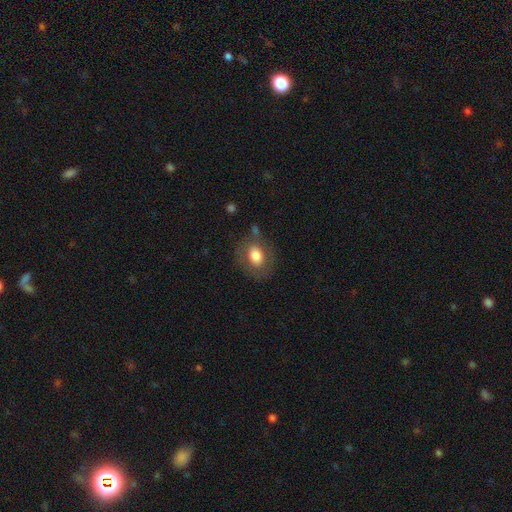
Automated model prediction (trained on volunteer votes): Q: Smooth or featured?
A: smooth (71%); runner-up: featured or disk (22%)
Q: How rounded?
A: in between (63%); runner-up: round (36%)
Q: Merging?
A: none (72%); runner-up: minor disturbance (16%)